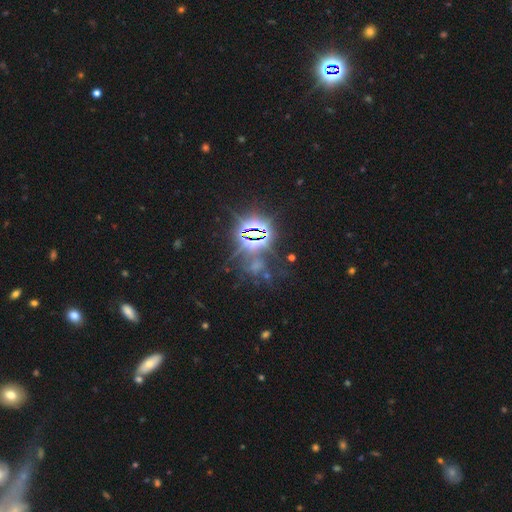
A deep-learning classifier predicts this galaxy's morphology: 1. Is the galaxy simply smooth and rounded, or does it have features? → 79% star or artifact, 12% smooth, 9% featured or disk.